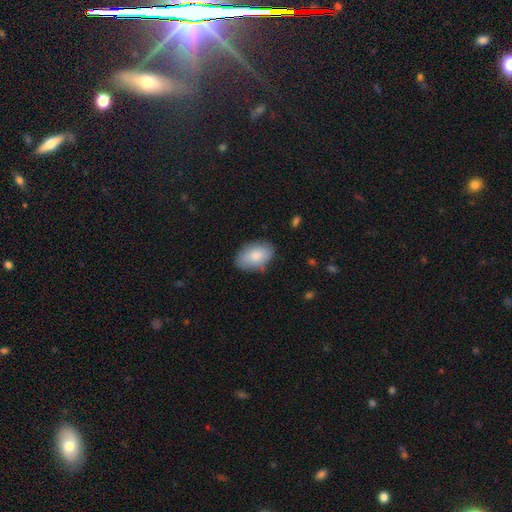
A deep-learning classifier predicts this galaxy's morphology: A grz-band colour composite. It shows a smooth galaxy with no disk features (82%) that is in between round and cigar-shaped (91%). Merging: none (79%).